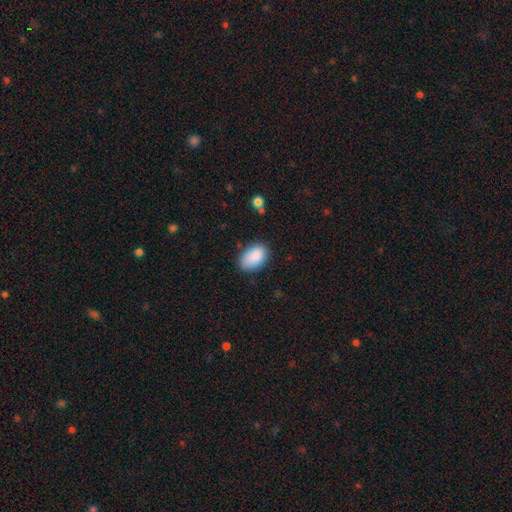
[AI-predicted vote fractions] Smooth or featured?
  - smooth: 89% *
  - star or artifact: 7%
  - featured or disk: 5%
How rounded?
  - in between: 91% *
  - round: 8%
  - cigar-shaped: 1%
Merging?
  - none: 79% *
  - minor disturbance: 16%
  - major disturbance: 3%
  - merger: 2%